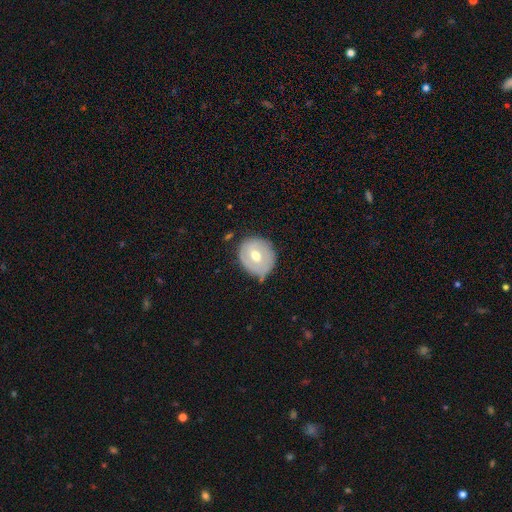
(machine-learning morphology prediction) A smooth galaxy with no disk features (50%) that is round (78%). Merging: none (71%).